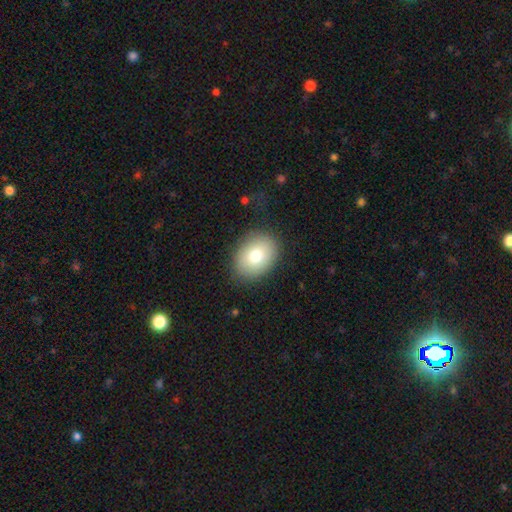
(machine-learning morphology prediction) smooth-or-featured: smooth: 77% | featured or disk: 14% | star or artifact: 9%
  how-rounded: in between: 61% | round: 38% | cigar-shaped: 1%
  merging: none: 85% | minor disturbance: 10% | major disturbance: 4% | merger: 1%